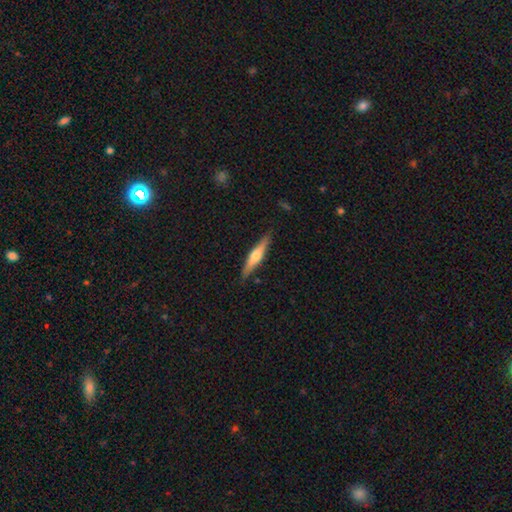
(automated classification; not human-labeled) Smooth or featured? featured or disk (59%)
Edge-on disk? yes (96%)
Edge-on bulge? rounded (90%)
Merging? none (88%)